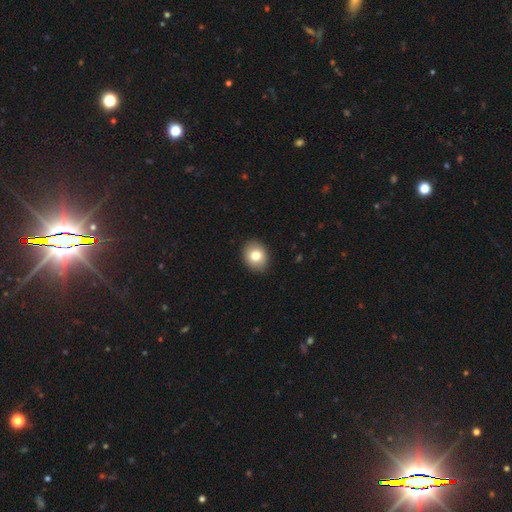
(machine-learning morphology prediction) smooth-or-featured: smooth: 79% | featured or disk: 12% | star or artifact: 9%
  how-rounded: round: 53% | in between: 46% | cigar-shaped: 1%
  merging: none: 89% | minor disturbance: 8% | major disturbance: 2% | merger: 1%